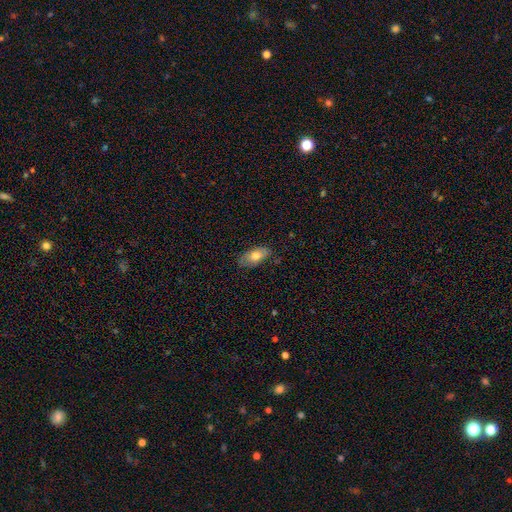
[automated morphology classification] The model was most divided on "smooth or featured": smooth: 72%, featured or disk: 21%, star or artifact: 7%. More confident: how rounded — in between (91%); merging — none (76%).